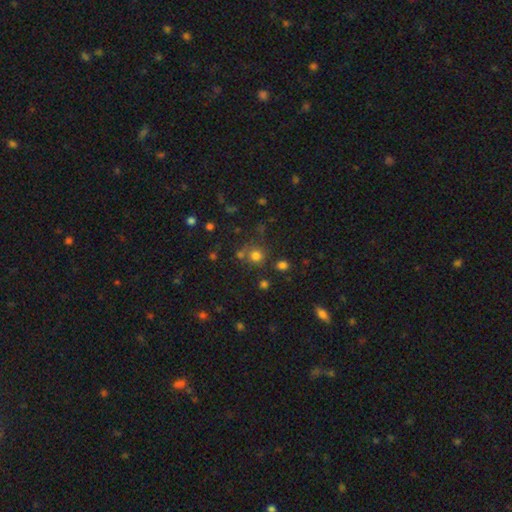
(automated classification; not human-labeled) Smooth or featured? Predicted: smooth (p=0.73). How rounded? Predicted: round (p=0.89). Merging? Predicted: none (p=0.69).